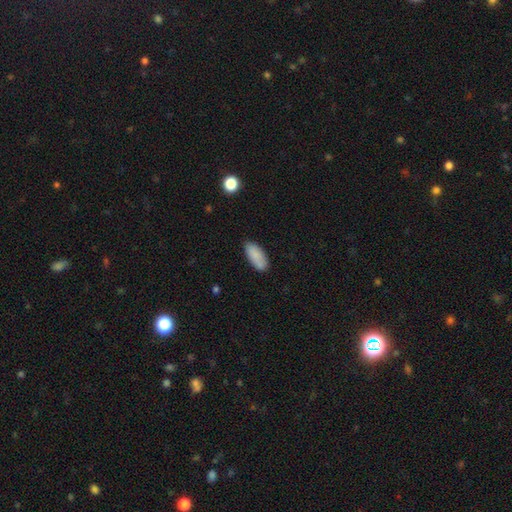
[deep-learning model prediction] Smooth or featured: smooth — 87% (featured or disk — 7%)
How rounded: in between — 86% (cigar-shaped — 12%)
Merging: none — 78% (minor disturbance — 16%)